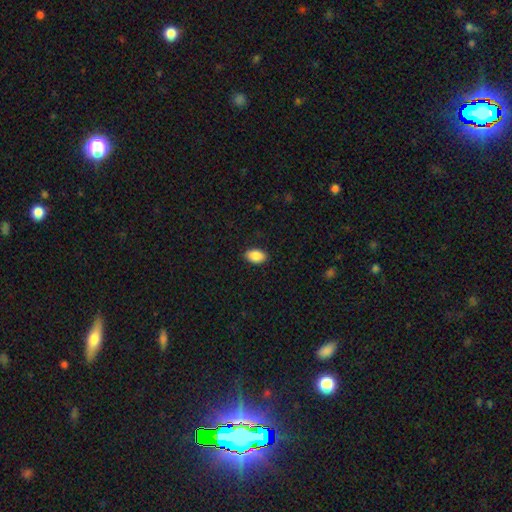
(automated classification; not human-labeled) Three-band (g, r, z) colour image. It shows a smooth galaxy with no disk features (89%) that is in between round and cigar-shaped (90%). Merging: none (88%).